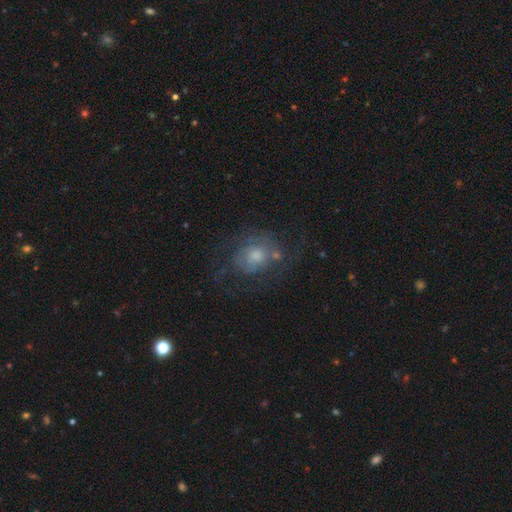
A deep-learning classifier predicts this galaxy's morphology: smooth_or_featured: featured or disk (p=0.54) [alt: smooth p=0.35]
disk_edge_on: no (p=0.97) [alt: yes p=0.03]
bar: no (p=0.81) [alt: weak p=0.16]
has_spiral_arms: yes (p=0.62) [alt: no p=0.38]
bulge_size: moderate (p=0.52) [alt: small p=0.29]
merging: none (p=0.52) [alt: major disturbance p=0.23]